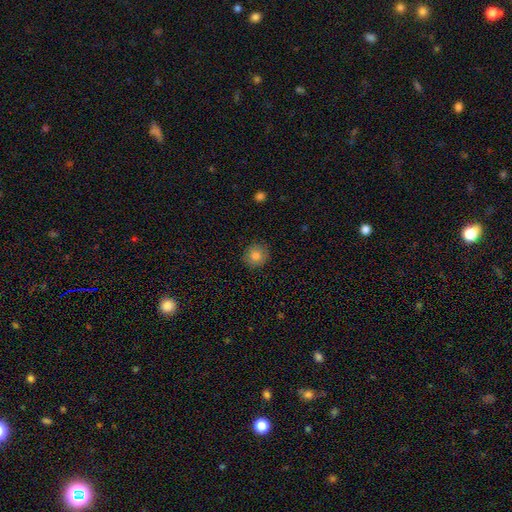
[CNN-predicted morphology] Overall: smooth (81%). How rounded: round (90%). Merging: none (89%).